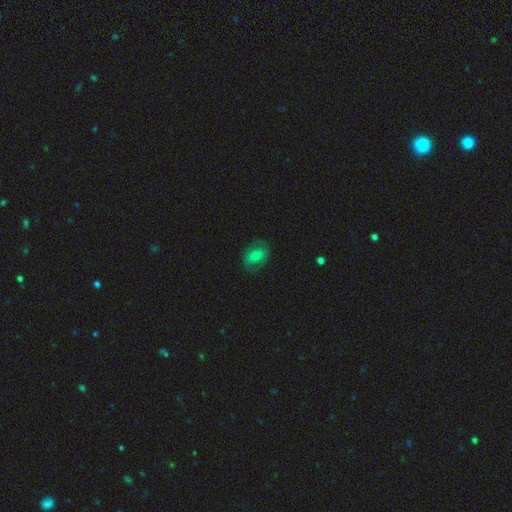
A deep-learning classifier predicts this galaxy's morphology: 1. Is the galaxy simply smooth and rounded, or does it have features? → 55% smooth, 37% featured or disk, 9% star or artifact.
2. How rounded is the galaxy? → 70% in between, 28% round, 2% cigar-shaped.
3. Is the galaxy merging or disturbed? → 72% none, 18% minor disturbance, 9% major disturbance, 1% merger.